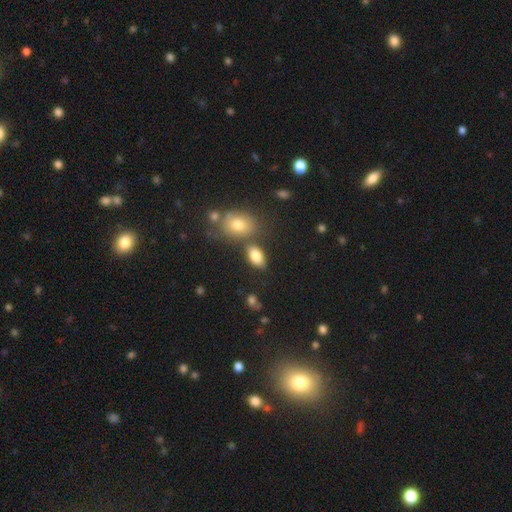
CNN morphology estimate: Q: Smooth or featured?
A: smooth (82%); runner-up: featured or disk (9%)
Q: How rounded?
A: in between (91%); runner-up: round (6%)
Q: Merging?
A: none (67%); runner-up: merger (15%)